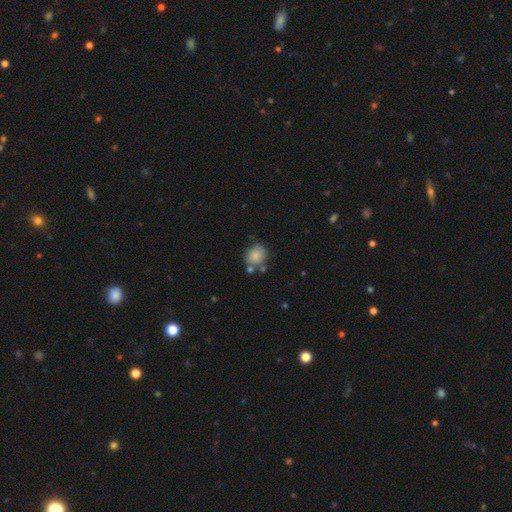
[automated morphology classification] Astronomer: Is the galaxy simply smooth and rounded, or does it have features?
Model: smooth — 84%.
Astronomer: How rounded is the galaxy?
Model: round — 57% (runner-up: in between, 42%).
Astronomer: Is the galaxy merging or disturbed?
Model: none — 65%.